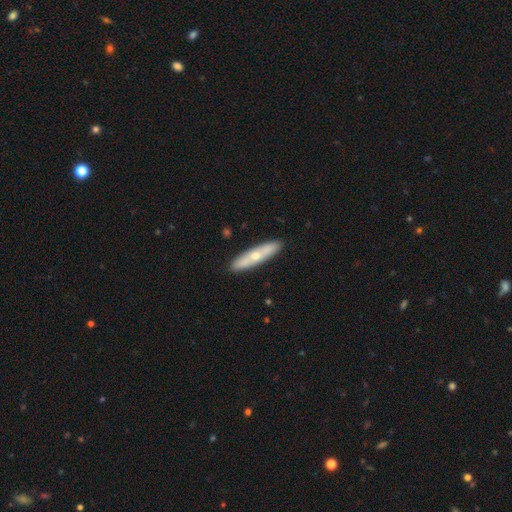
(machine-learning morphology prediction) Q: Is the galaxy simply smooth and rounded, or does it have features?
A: smooth — 51%.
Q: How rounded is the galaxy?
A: cigar-shaped — 79%.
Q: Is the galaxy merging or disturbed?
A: none — 90%.